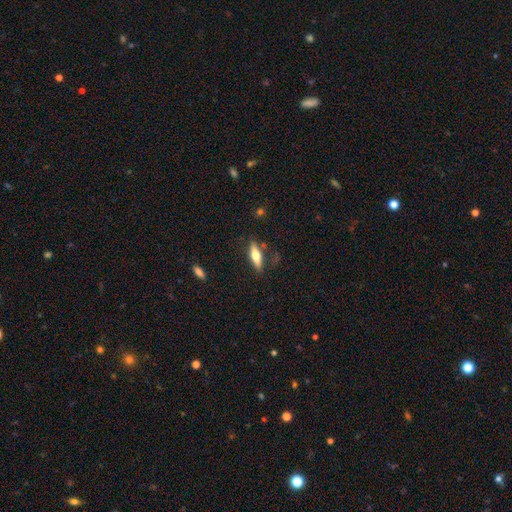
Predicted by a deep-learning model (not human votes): smooth_or_featured: smooth (p=0.51) [alt: featured or disk p=0.43]
how_rounded: cigar-shaped (p=0.57) [alt: in between p=0.40]
merging: none (p=0.78) [alt: minor disturbance p=0.14]